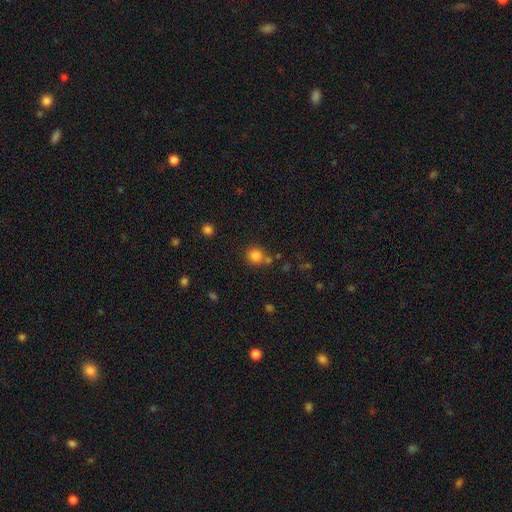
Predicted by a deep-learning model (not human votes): Smooth or featured? Predicted: smooth (p=0.83). How rounded? Predicted: round (p=0.91). Merging? Predicted: none (p=0.69).